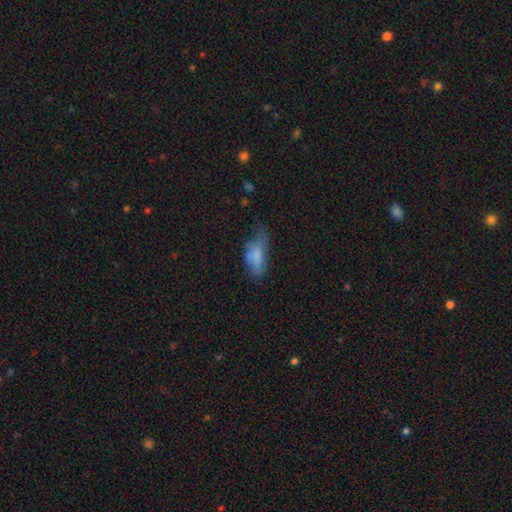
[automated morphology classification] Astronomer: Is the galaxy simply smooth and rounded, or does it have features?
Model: smooth — 73%.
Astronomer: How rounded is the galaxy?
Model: in between — 83%.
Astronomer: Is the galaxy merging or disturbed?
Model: minor disturbance — 36% (runner-up: none, 34%).